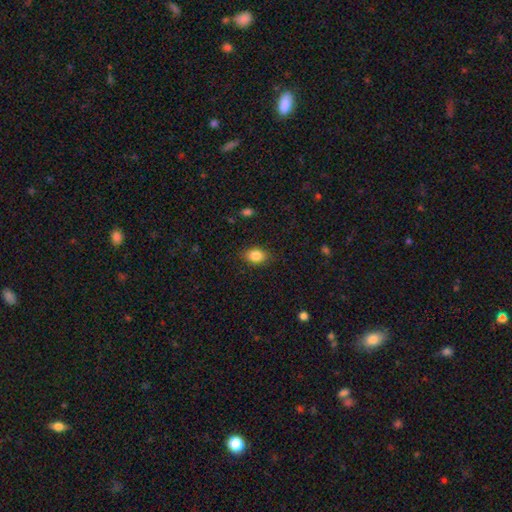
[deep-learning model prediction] A smooth galaxy with no disk features (85%) that is in between round and cigar-shaped (69%).

Vote fractions:
- Smooth or featured? smooth: 85% / star or artifact: 9% / featured or disk: 6%
- How rounded? in between: 69% / round: 30% / cigar-shaped: 1%
- Merging? none: 84% / minor disturbance: 12% / major disturbance: 3% / merger: 1%